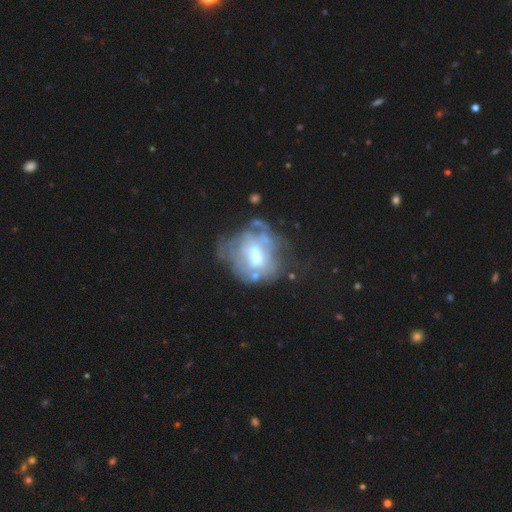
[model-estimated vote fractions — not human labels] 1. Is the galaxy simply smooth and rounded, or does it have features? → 66% featured or disk, 23% smooth, 10% star or artifact.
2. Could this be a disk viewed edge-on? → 95% no, 5% yes.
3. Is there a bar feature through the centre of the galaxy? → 42% weak, 35% no, 23% strong.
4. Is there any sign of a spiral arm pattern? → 67% no, 33% yes.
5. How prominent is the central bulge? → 55% moderate, 21% large, 16% small, 7% none, 2% dominant.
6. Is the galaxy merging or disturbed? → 41% none, 26% major disturbance, 23% minor disturbance, 10% merger.